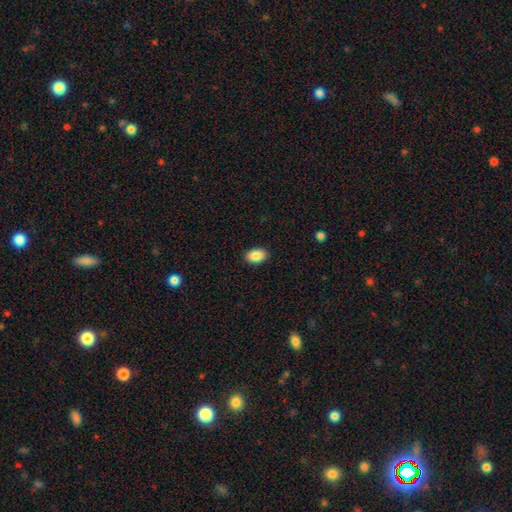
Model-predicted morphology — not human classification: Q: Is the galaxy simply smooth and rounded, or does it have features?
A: smooth — 88%.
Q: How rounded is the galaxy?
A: in between — 88%.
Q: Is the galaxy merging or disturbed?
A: none — 90%.